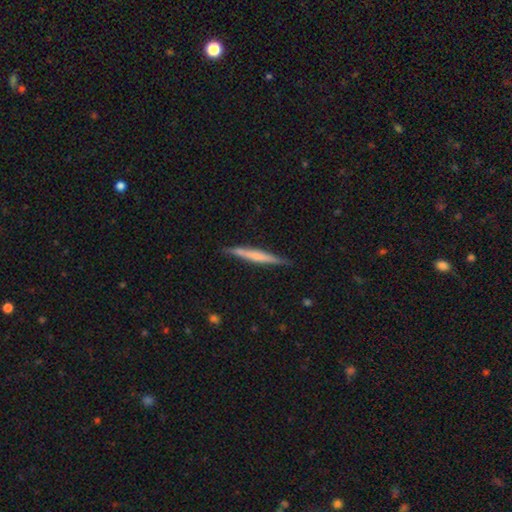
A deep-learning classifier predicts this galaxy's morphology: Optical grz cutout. It shows a featured or disk galaxy (48%). Merging: none (88%).